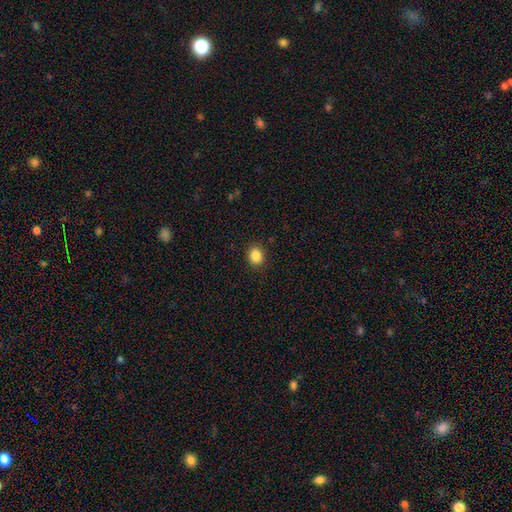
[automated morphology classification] This appears to be a smooth galaxy with no disk features (86%) that is round (62%). Merging: none (90%).